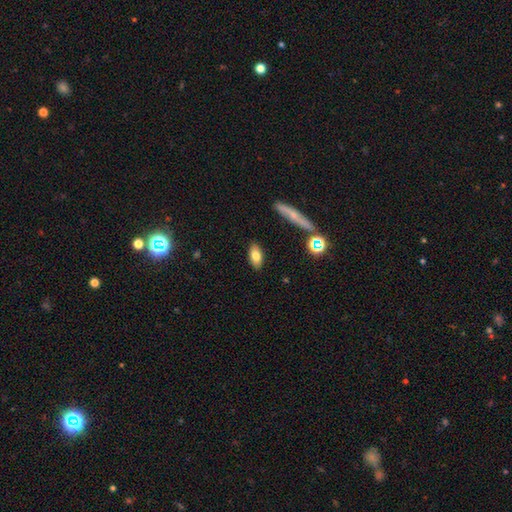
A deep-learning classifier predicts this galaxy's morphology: smooth_or_featured: smooth (p=0.76) [alt: featured or disk p=0.15]
how_rounded: in between (p=0.87) [alt: cigar-shaped p=0.09]
merging: none (p=0.87) [alt: minor disturbance p=0.09]